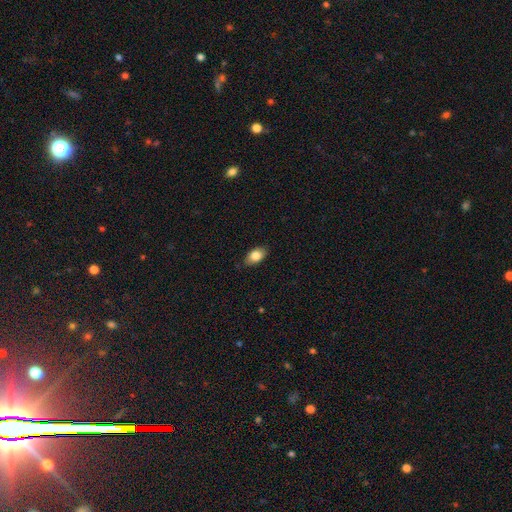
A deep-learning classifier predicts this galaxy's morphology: This is clearly a smooth galaxy (83%). How rounded: clearly in between (89%). Merging: clearly none (83%).